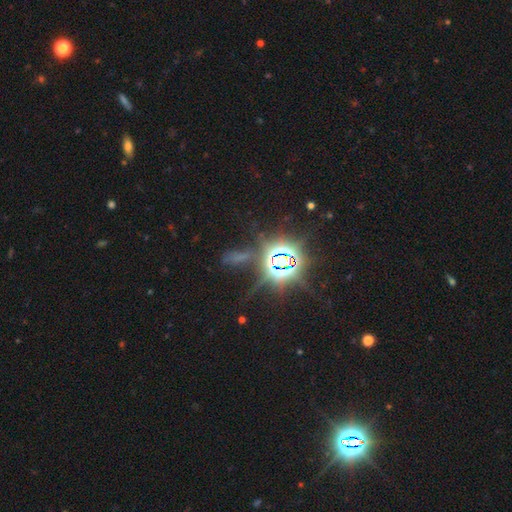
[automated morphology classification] Smooth or featured? Predicted: star or artifact (p=0.84).